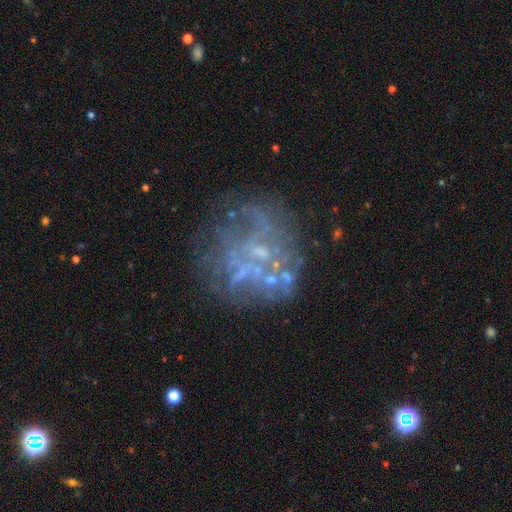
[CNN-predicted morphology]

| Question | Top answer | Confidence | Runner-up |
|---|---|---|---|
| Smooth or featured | featured or disk | 63% | star or artifact (19%) |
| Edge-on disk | no | 98% | yes (2%) |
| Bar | no | 82% | weak (13%) |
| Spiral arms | no | 79% | yes (21%) |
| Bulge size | none | 54% | small (36%) |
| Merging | none | 61% | major disturbance (19%) |